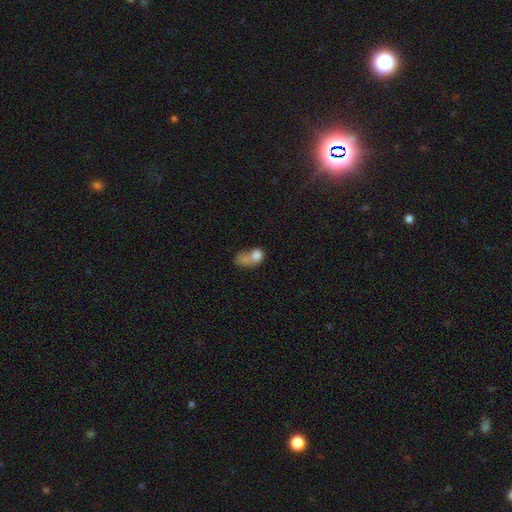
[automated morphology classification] The model was most divided on "how rounded": in between: 59%, round: 39%, cigar-shaped: 2%. More confident: smooth or featured — smooth (73%); merging — merger (55%).